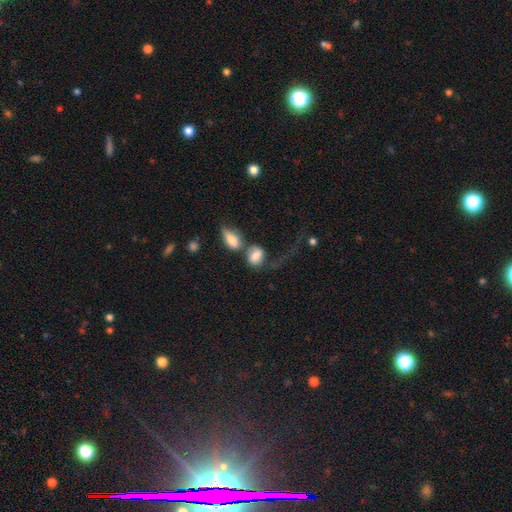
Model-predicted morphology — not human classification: This appears to be a smooth galaxy with no disk features (72%) that is in between round and cigar-shaped (67%). Merging: merger (50%).